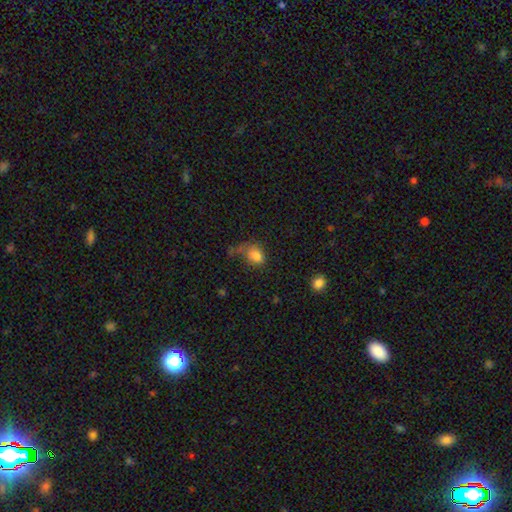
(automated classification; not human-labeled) smooth 81%, star or artifact 11%, featured or disk 8%. Down the decision tree: how rounded — in between (65%); merging — none (44%).